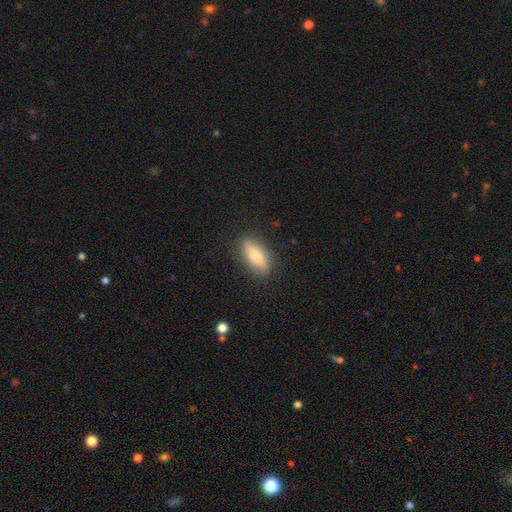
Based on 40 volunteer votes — This appears to be a smooth galaxy with no disk features (68%) that is in between round and cigar-shaped (48%). Merging: none (82%).